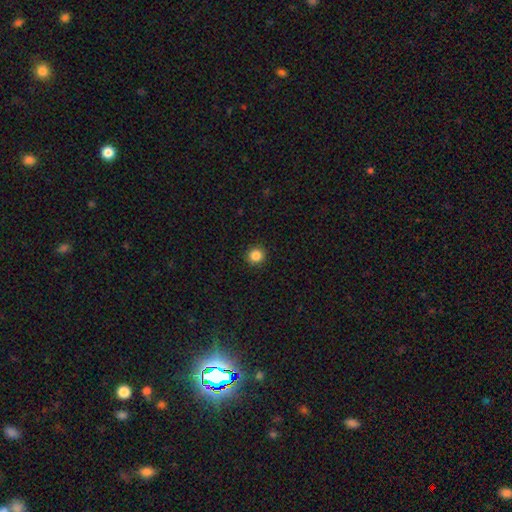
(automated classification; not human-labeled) Smooth or featured? Predicted: smooth (p=0.86). How rounded? Predicted: round (p=0.93). Merging? Predicted: none (p=0.92).